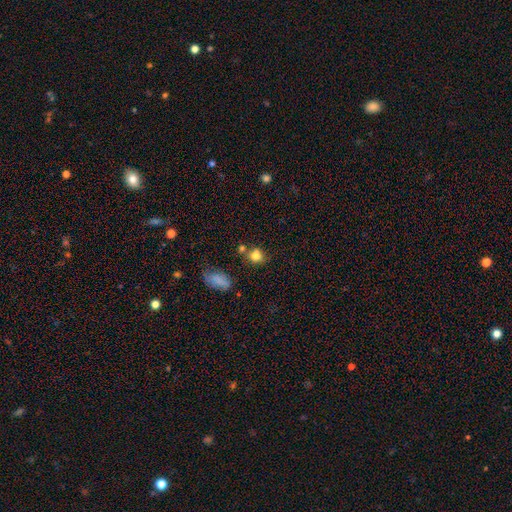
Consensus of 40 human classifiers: Smooth or featured? 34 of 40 (85%) said smooth. How rounded? 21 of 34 (62%) said round. Merging? 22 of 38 (58%) said none.